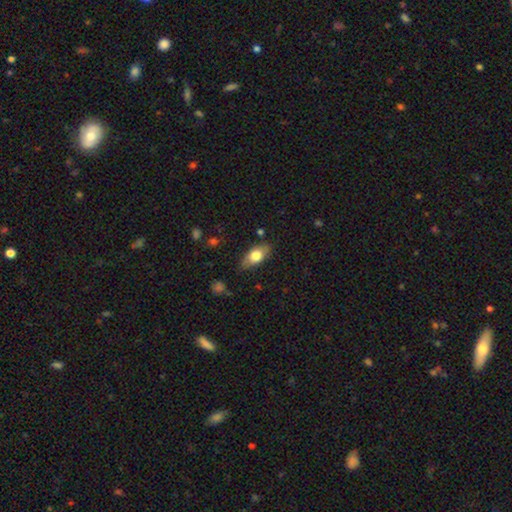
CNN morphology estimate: The model was most divided on "smooth or featured": smooth: 71%, featured or disk: 23%, star or artifact: 7%. More confident: how rounded — in between (86%); merging — none (80%).